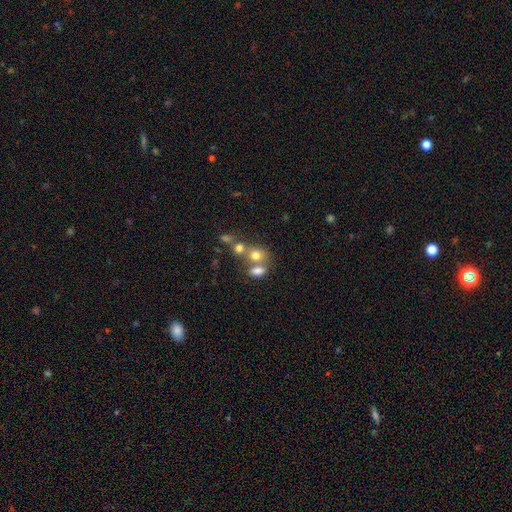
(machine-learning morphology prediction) smooth-or-featured: smooth: 71% | featured or disk: 16% | star or artifact: 13%
  how-rounded: round: 51% | in between: 48% | cigar-shaped: 1%
  merging: merger: 51% | none: 35% | minor disturbance: 9% | major disturbance: 5%